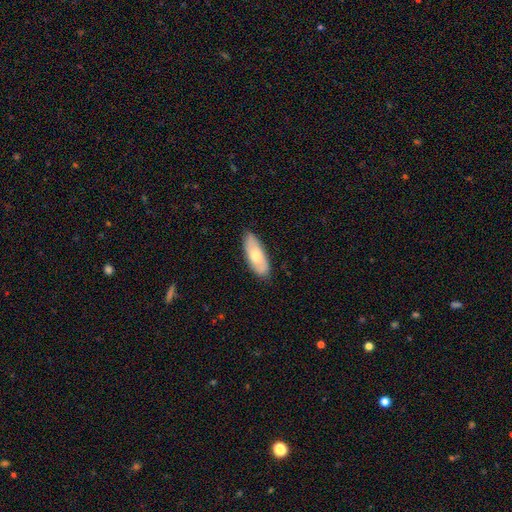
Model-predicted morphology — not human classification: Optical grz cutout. It shows a smooth galaxy with no disk features (64%) that is in between round and cigar-shaped (78%). Merging: none (84%).